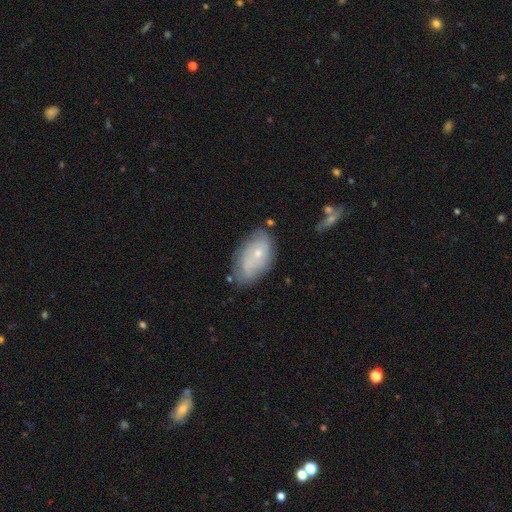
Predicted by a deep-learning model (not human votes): Smooth or featured? featured or disk (48%)
Merging? none (60%)